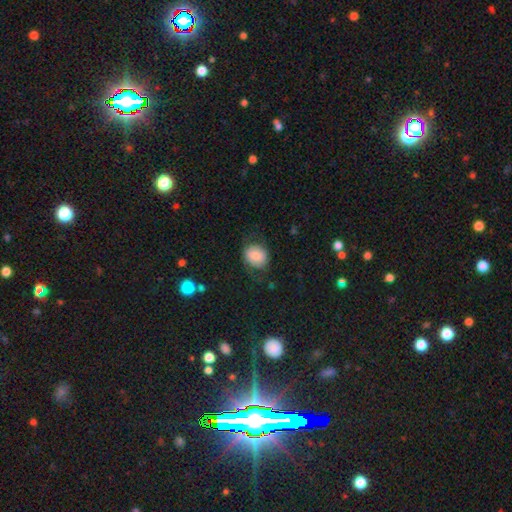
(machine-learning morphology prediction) Smooth or featured? Predicted: smooth (p=0.74). How rounded? Predicted: round (p=0.67). Merging? Predicted: none (p=0.67).